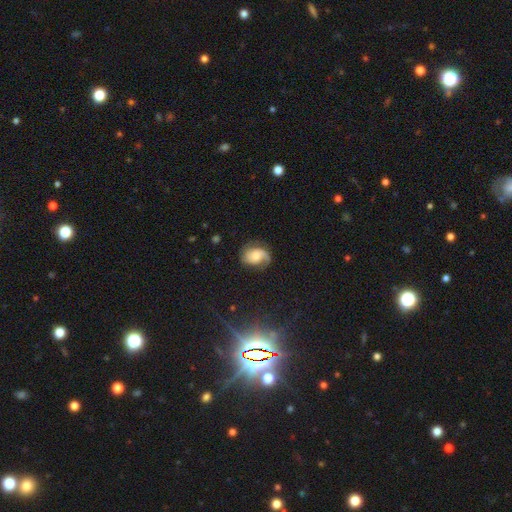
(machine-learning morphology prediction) This appears to be a featured or disk galaxy (65%) with no bar (64%), 2 (57%) medium (42%) spiral arms (94%) and a moderate central bulge (37%). Merging: none (62%).